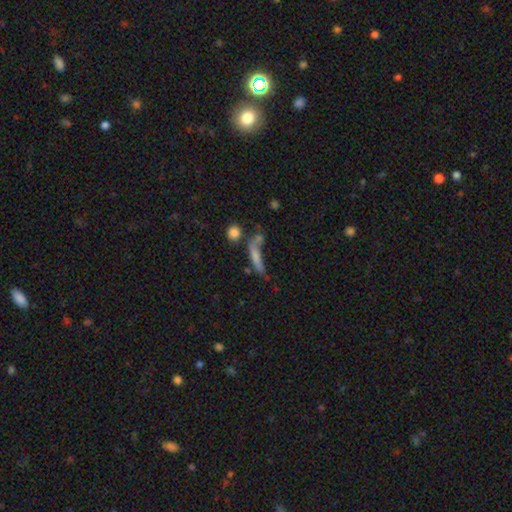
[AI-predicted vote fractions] A smooth galaxy with no disk features (61%) that is cigar-shaped (76%).

Vote fractions:
- Smooth or featured? smooth: 61% / featured or disk: 26% / star or artifact: 13%
- How rounded? cigar-shaped: 76% / in between: 18% / round: 6%
- Merging? none: 40% / merger: 25% / minor disturbance: 17% / major disturbance: 17%